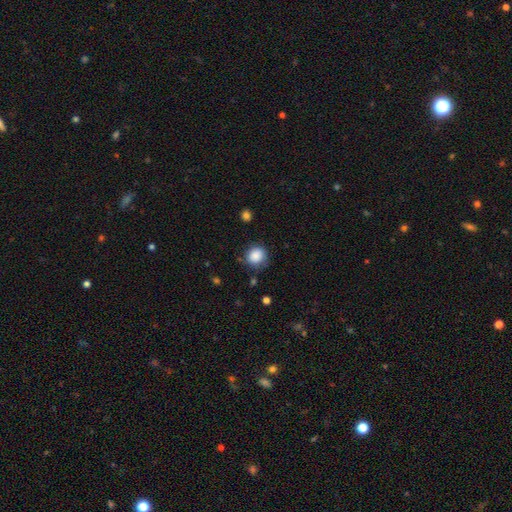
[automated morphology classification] The model was most divided on "merging": none: 75%, minor disturbance: 17%, major disturbance: 5%, merger: 2%. More confident: smooth or featured — smooth (86%); how rounded — round (83%).